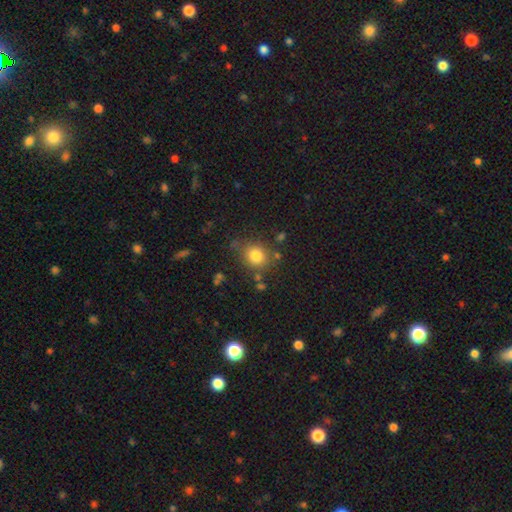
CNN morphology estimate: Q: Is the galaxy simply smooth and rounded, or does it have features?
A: smooth — 80%.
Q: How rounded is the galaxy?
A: round — 74%.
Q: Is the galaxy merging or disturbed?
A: none — 74%.